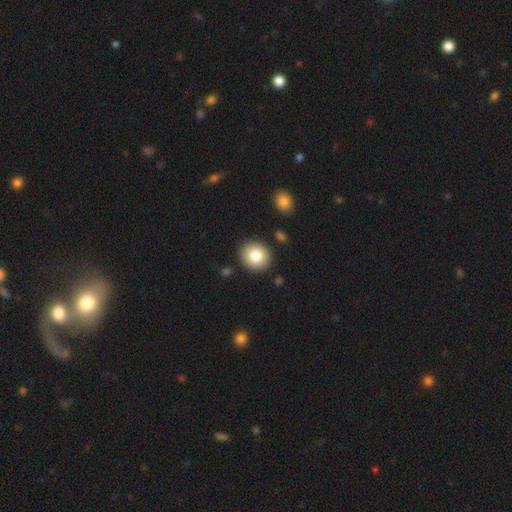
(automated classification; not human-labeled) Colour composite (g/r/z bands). It shows a smooth galaxy with no disk features (81%) that is round (83%). Merging: none (88%).